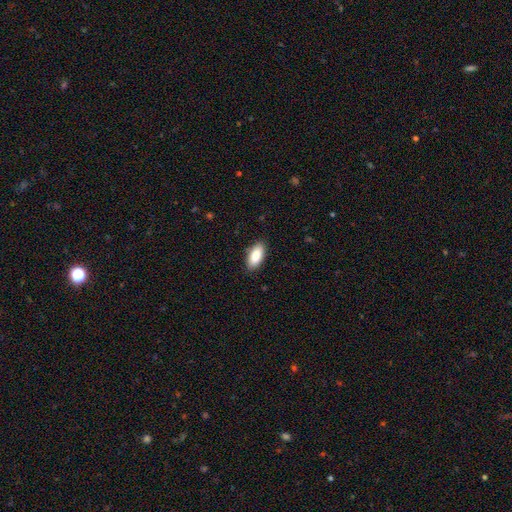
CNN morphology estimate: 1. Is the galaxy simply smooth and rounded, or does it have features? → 89% smooth, 6% star or artifact, 5% featured or disk.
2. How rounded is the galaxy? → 90% in between, 8% cigar-shaped, 2% round.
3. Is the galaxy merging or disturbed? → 87% none, 10% minor disturbance, 2% major disturbance, 1% merger.